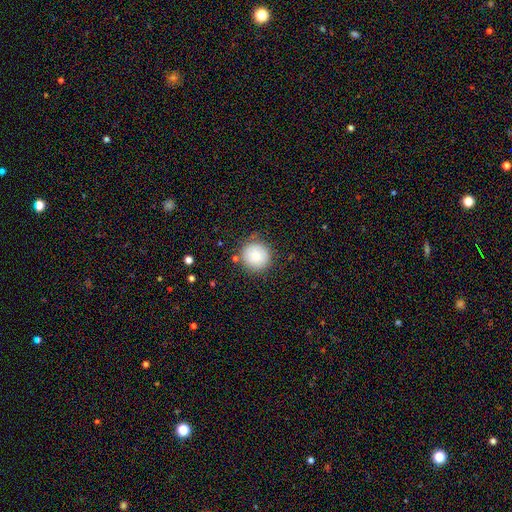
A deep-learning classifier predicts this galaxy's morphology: This appears to be a smooth galaxy with no disk features (81%) that is round (95%). Merging: none (84%).